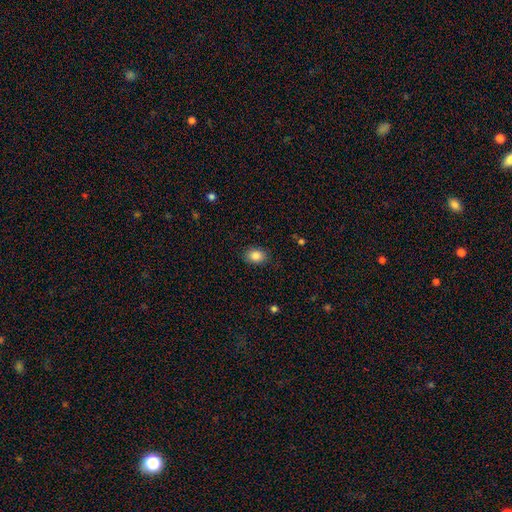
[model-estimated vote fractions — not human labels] Morphology: type=smooth (86%); roundness=in between (69%); merging=none (86%).